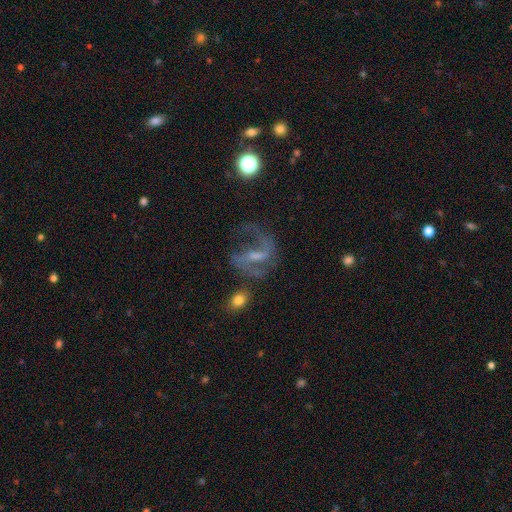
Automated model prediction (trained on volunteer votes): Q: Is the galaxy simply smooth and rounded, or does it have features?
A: featured or disk — 79%.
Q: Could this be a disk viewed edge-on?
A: no — 96%.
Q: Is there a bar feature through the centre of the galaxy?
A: weak — 45%.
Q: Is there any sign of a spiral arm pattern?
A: yes — 90%.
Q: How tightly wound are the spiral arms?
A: loose — 46%.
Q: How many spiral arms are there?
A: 2 — 79%.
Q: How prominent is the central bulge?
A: small — 51%.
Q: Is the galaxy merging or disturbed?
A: none — 55%.